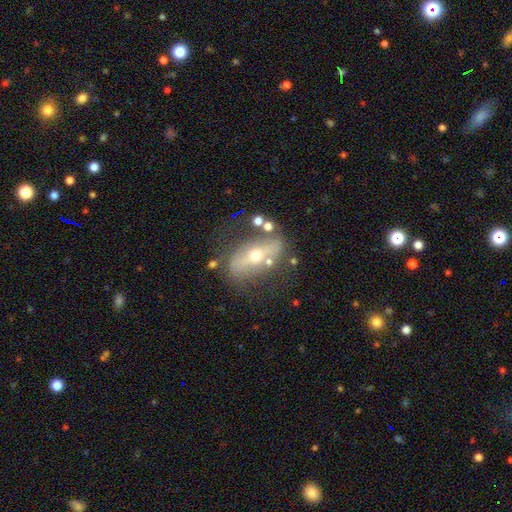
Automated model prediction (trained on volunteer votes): smooth_or_featured: featured or disk (p=0.67) [alt: smooth p=0.24]
disk_edge_on: no (p=0.73) [alt: yes p=0.27]
merging: none (p=0.66) [alt: minor disturbance p=0.17]